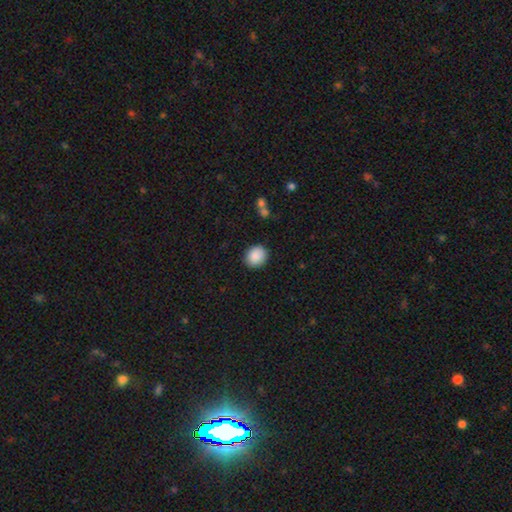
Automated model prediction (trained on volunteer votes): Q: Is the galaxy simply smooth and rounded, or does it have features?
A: smooth — 89%.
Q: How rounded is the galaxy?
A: round — 69%.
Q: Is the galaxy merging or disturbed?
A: none — 89%.